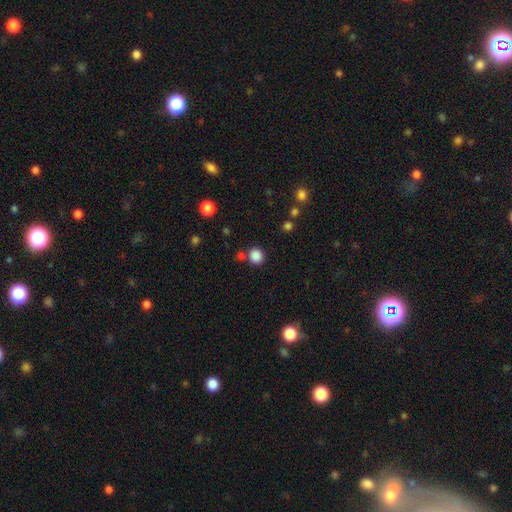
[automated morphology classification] smooth_or_featured: smooth (p=0.85) [alt: star or artifact p=0.12]
how_rounded: round (p=0.87) [alt: in between p=0.12]
merging: none (p=0.78) [alt: merger p=0.10]